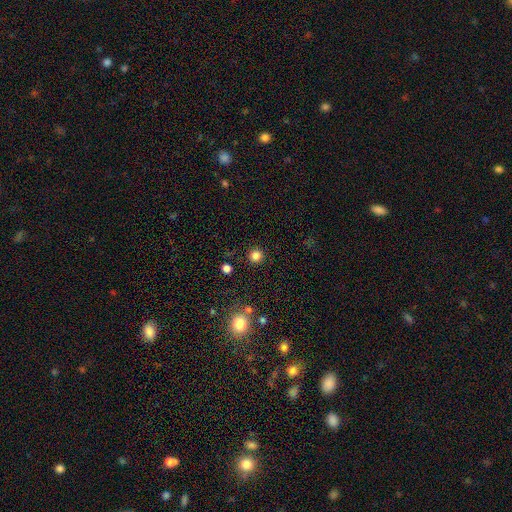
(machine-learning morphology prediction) Overall: smooth (83%). How rounded: round (95%). Merging: none (91%).